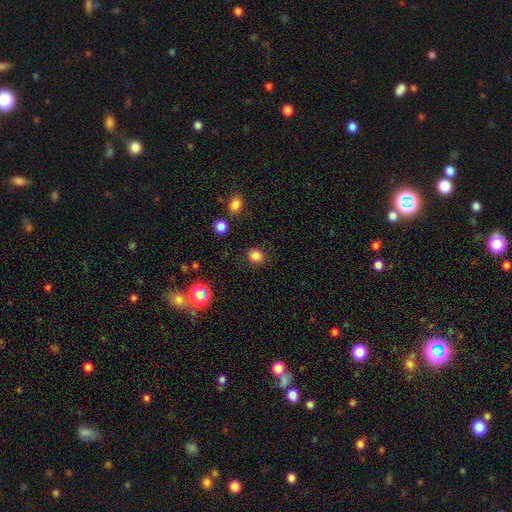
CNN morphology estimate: A smooth galaxy with no disk features (83%) that is round (72%).

Vote fractions:
- Smooth or featured? smooth: 83% / star or artifact: 13% / featured or disk: 4%
- How rounded? round: 72% / in between: 27% / cigar-shaped: 1%
- Merging? none: 88% / minor disturbance: 8% / major disturbance: 3% / merger: 2%